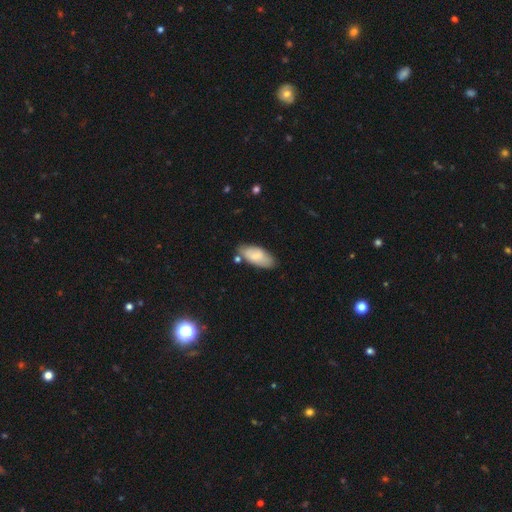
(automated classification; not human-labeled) A smooth galaxy with no disk features (76%) that is in between round and cigar-shaped (87%). Merging: none (70%).